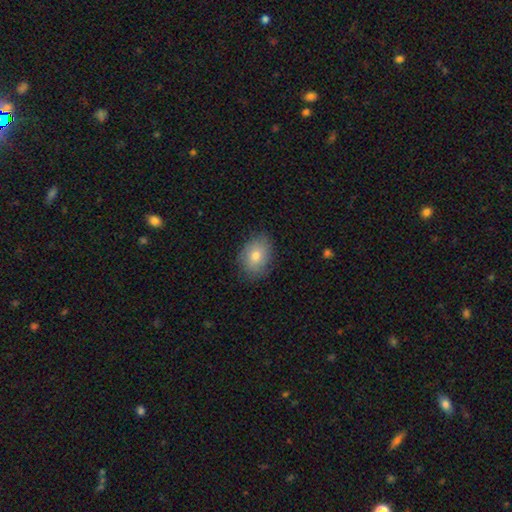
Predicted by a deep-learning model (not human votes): smooth-or-featured: smooth: 78% | featured or disk: 14% | star or artifact: 8%
  how-rounded: in between: 74% | round: 25% | cigar-shaped: 1%
  merging: none: 82% | minor disturbance: 14% | major disturbance: 3% | merger: 1%